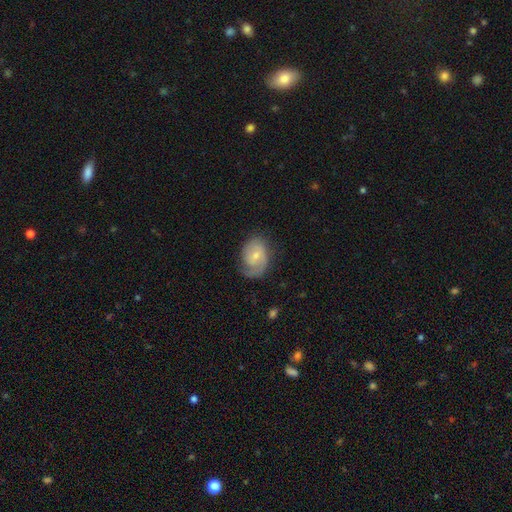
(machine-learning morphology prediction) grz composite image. It shows a featured or disk galaxy (66%) with no bar (49%), 1 (44%) tight (43%) spiral arms (90%) and a small central bulge (57%). Merging: none (61%).